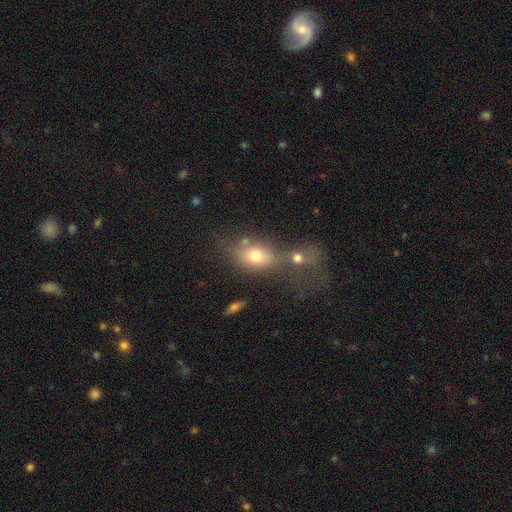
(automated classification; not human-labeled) smooth_or_featured: smooth (p=0.72) [alt: featured or disk p=0.17]
how_rounded: in between (p=0.71) [alt: round p=0.27]
merging: merger (p=0.43) [alt: none p=0.35]